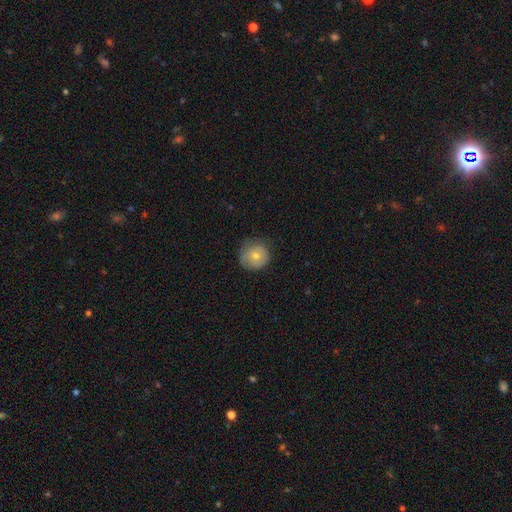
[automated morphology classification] smooth_or_featured: smooth (p=0.67) [alt: featured or disk p=0.25]
how_rounded: round (p=0.90) [alt: in between p=0.09]
merging: none (p=0.70) [alt: minor disturbance p=0.23]